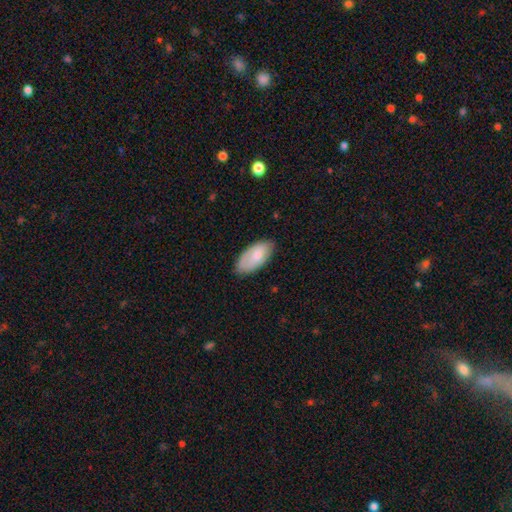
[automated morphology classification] This appears to be a smooth galaxy with no disk features (76%) that is in between round and cigar-shaped (94%). Merging: none (76%).